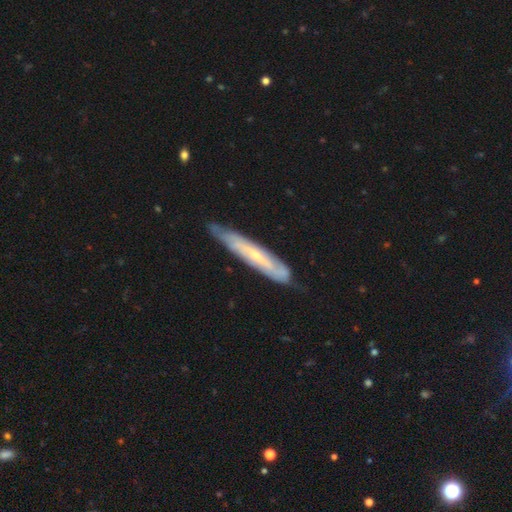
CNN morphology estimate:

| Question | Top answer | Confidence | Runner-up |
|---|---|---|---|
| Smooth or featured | featured or disk | 66% | smooth (28%) |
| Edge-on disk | yes | 56% | no (44%) |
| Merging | none | 73% | minor disturbance (21%) |